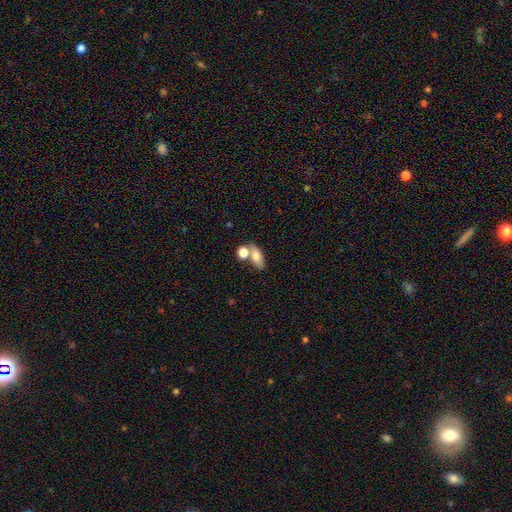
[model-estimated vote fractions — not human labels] Overall: smooth (74%). How rounded: in between (79%). Merging: none (46%; merger 38%).